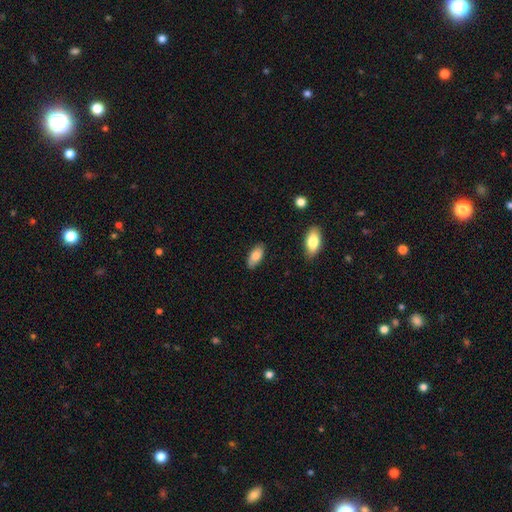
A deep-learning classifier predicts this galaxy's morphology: Overall: smooth (82%). How rounded: in between (89%). Merging: none (85%).